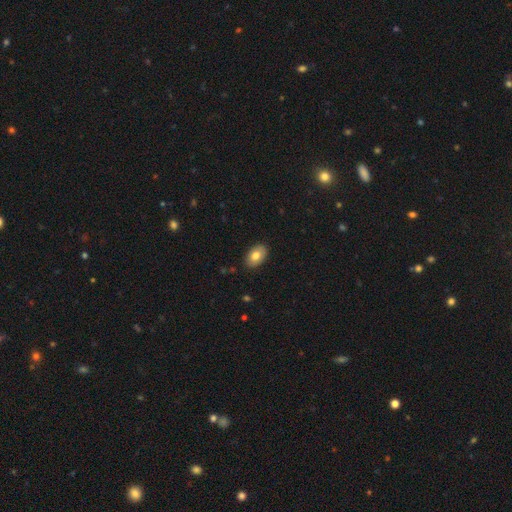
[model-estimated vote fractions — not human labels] Overall: smooth (78%). How rounded: in between (91%). Merging: none (88%).